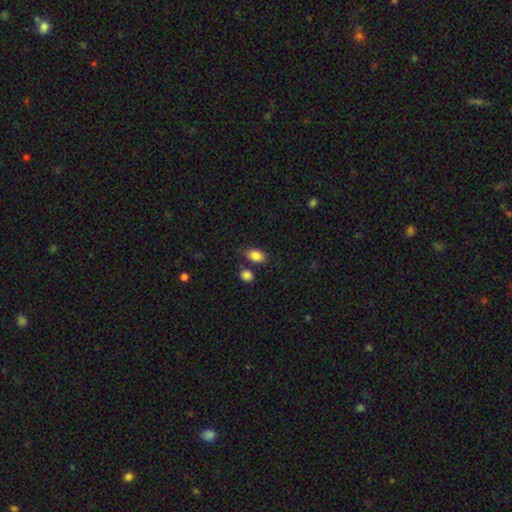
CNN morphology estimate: This appears to be a smooth galaxy with no disk features (86%) that is in between round and cigar-shaped (86%). Merging: none (73%).